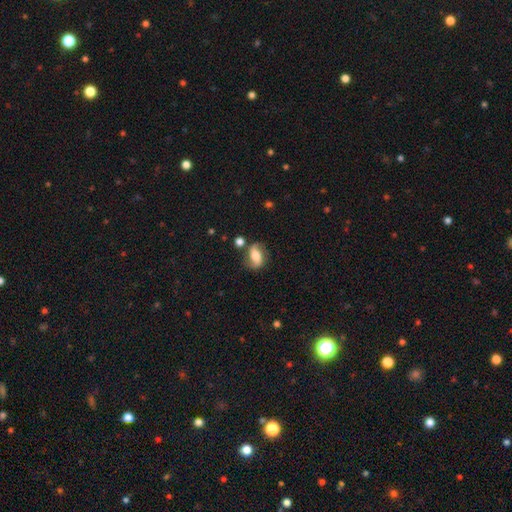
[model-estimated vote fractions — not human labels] Smooth or featured?
  - featured or disk: 53% *
  - smooth: 38%
  - star or artifact: 9%
Edge-on disk?
  - no: 94% *
  - yes: 6%
Merging?
  - none: 67% *
  - minor disturbance: 18%
  - merger: 8%
  - major disturbance: 7%